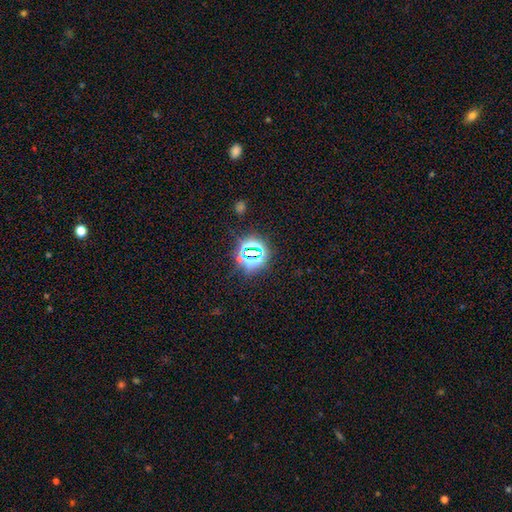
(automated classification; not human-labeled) smooth-or-featured: star or artifact: 73% | smooth: 18% | featured or disk: 9%